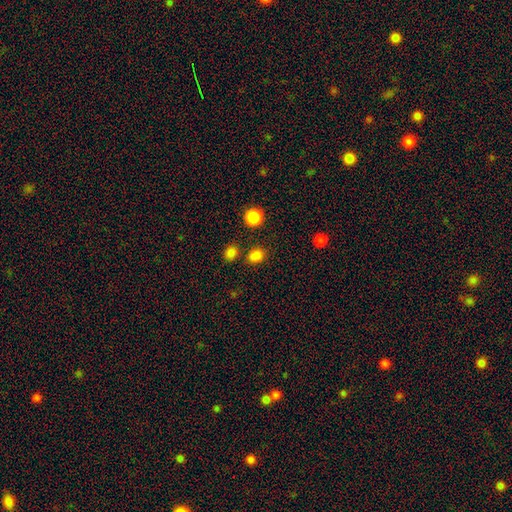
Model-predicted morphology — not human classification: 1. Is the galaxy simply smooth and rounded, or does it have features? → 82% smooth, 15% star or artifact, 3% featured or disk.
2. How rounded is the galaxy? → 55% round, 44% in between, 1% cigar-shaped.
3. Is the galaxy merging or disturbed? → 80% none, 9% minor disturbance, 7% merger, 3% major disturbance.